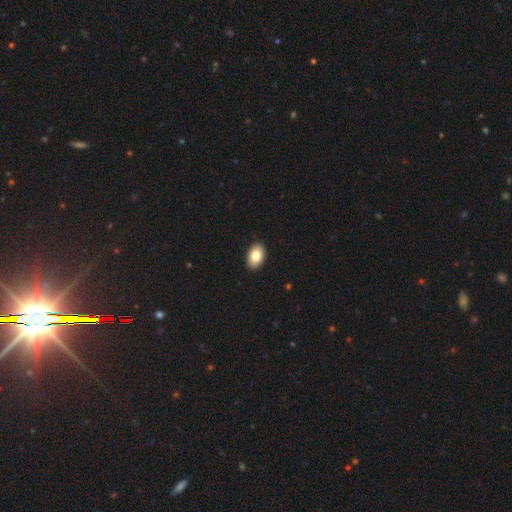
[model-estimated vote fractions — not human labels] This appears to be a smooth galaxy with no disk features (83%) that is in between round and cigar-shaped (91%). Merging: none (91%).